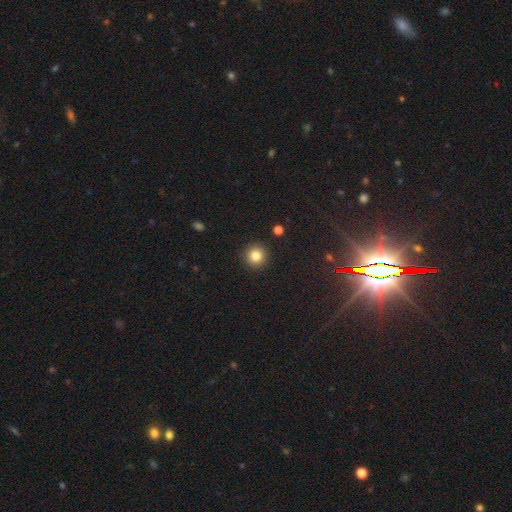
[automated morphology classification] Smooth or featured?
  - smooth: 83% *
  - star or artifact: 11%
  - featured or disk: 6%
How rounded?
  - round: 94% *
  - in between: 5%
  - cigar-shaped: 1%
Merging?
  - none: 92% *
  - minor disturbance: 5%
  - major disturbance: 2%
  - merger: 1%